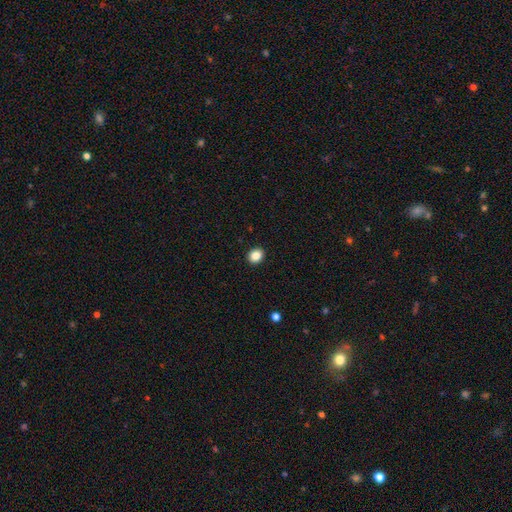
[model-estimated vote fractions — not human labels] Smooth or featured: smooth — 86% (star or artifact — 10%)
How rounded: round — 63% (in between — 37%)
Merging: none — 92% (minor disturbance — 5%)